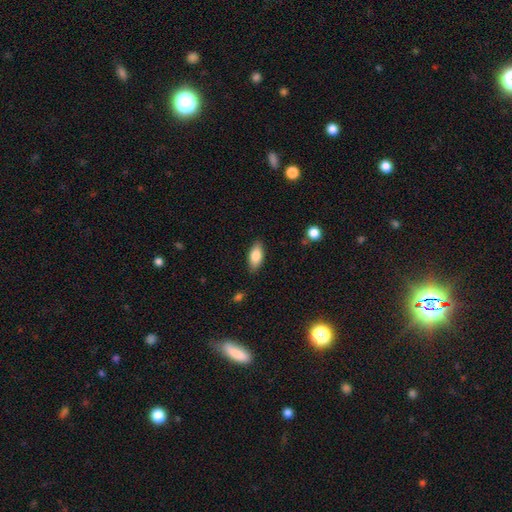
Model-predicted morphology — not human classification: Smooth or featured? smooth (81%)
How rounded? in between (87%)
Merging? none (85%)